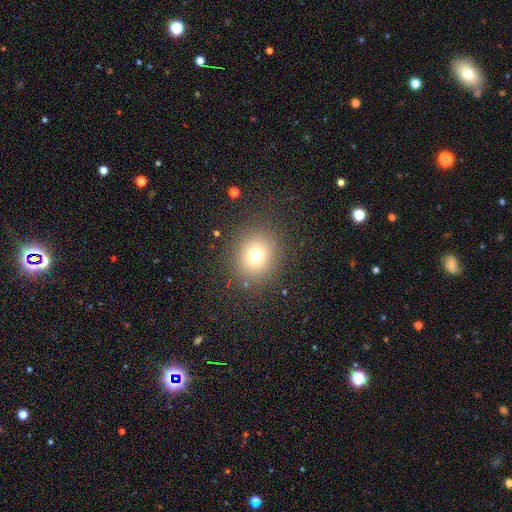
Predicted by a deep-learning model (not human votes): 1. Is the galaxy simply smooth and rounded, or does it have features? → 71% smooth, 19% star or artifact, 11% featured or disk.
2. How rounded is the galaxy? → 84% round, 15% in between, 1% cigar-shaped.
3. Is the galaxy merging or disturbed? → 85% none, 8% minor disturbance, 5% major disturbance, 2% merger.